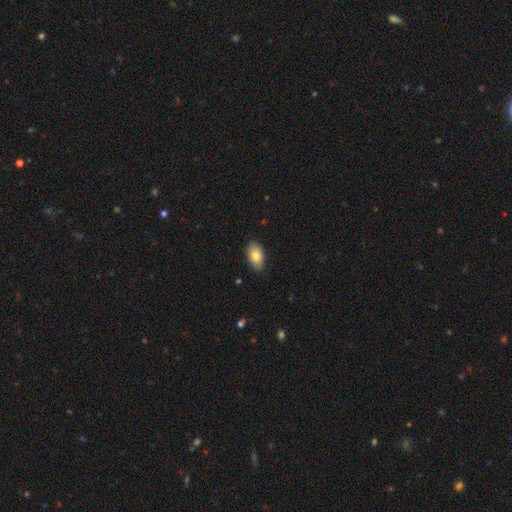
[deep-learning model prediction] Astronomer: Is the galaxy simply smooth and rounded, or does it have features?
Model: smooth — 82%.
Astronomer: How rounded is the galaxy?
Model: in between — 92%.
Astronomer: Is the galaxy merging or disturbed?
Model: none — 83%.